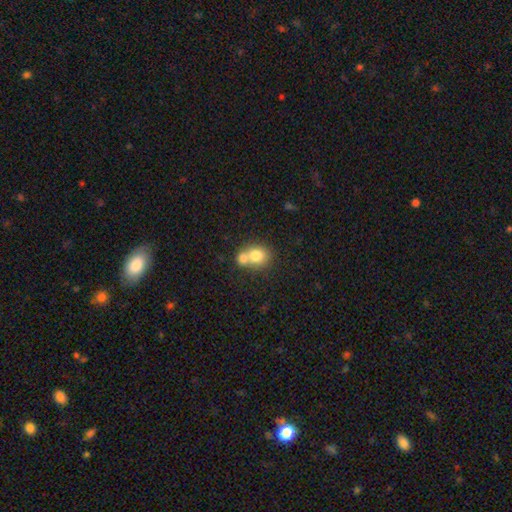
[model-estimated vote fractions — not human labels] This appears to be a smooth galaxy with no disk features (76%) that is round (70%). Merging: merger (58%).